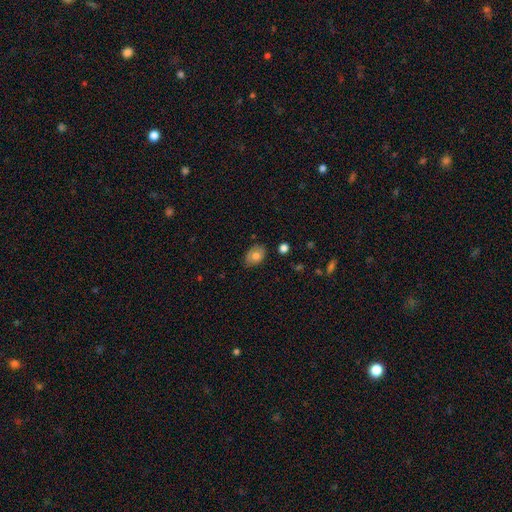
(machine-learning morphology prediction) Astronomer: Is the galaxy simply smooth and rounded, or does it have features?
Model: smooth — 73%.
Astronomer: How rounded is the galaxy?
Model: in between — 78%.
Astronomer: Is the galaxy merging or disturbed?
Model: none — 82%.